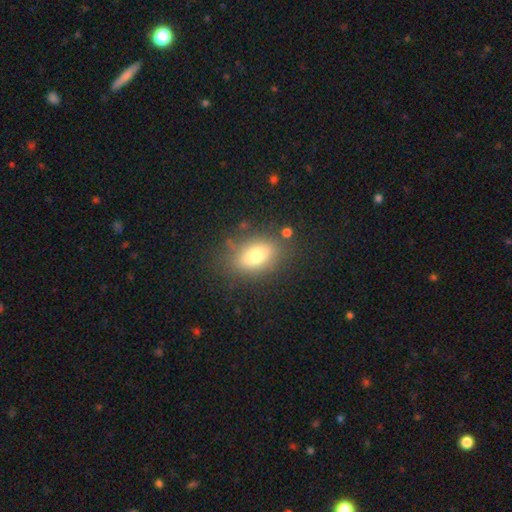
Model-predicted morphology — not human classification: This appears to be a smooth galaxy with no disk features (70%) that is in between round and cigar-shaped (78%). Merging: none (77%).